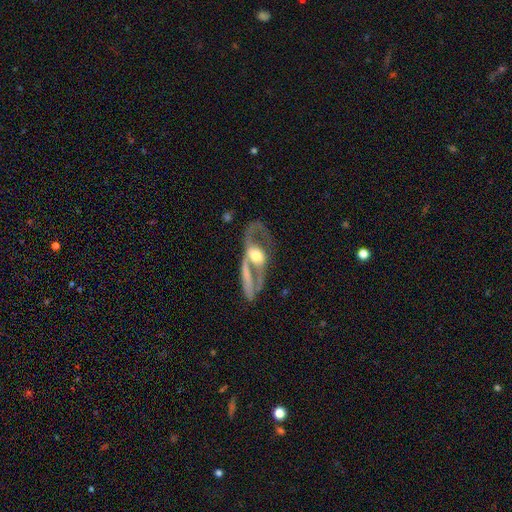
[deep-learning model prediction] Q: Smooth or featured?
A: featured or disk (73%); runner-up: smooth (20%)
Q: Edge-on disk?
A: no (85%); runner-up: yes (15%)
Q: Bar?
A: no (59%); runner-up: weak (23%)
Q: Spiral arms?
A: yes (57%); runner-up: no (43%)
Q: Bulge size?
A: moderate (58%); runner-up: large (22%)
Q: Merging?
A: none (36%); runner-up: major disturbance (25%)